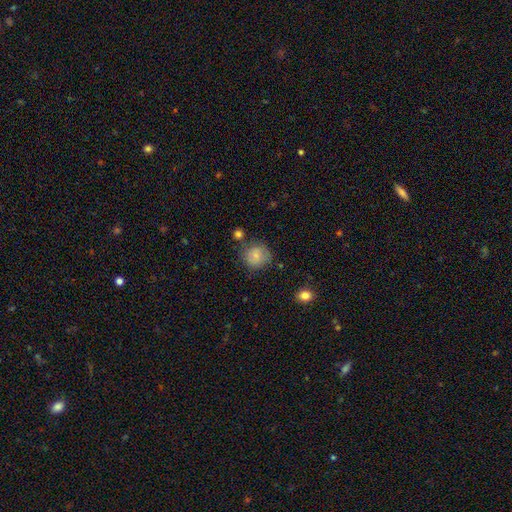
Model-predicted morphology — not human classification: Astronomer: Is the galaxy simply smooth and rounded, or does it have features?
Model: smooth — 79%.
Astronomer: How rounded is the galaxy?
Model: round — 87%.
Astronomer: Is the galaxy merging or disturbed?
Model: none — 72%.